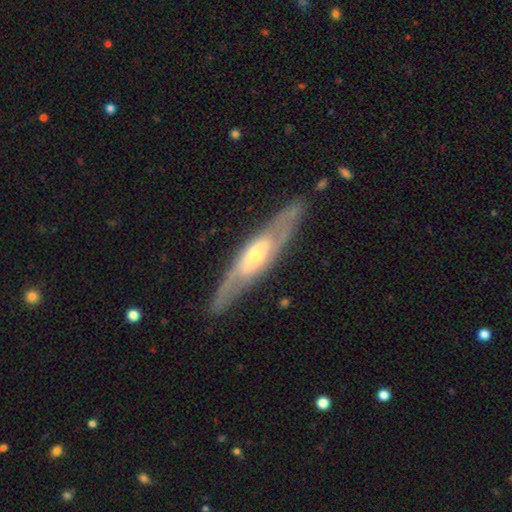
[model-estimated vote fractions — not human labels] featured or disk 72%, smooth 23%, star or artifact 5%. Down the decision tree: edge-on disk — yes (54%); merging — none (80%).